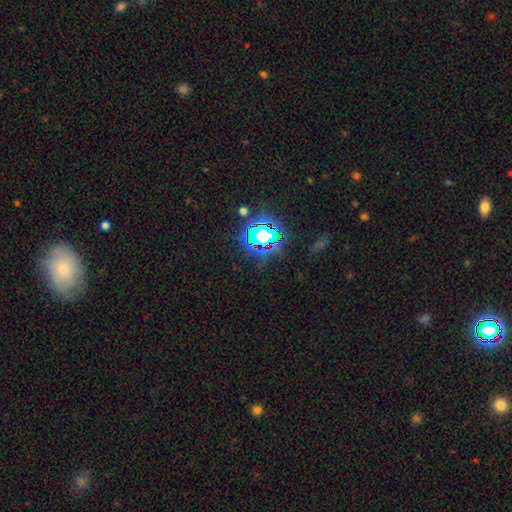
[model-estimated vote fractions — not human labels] Overall: star or artifact (75%).